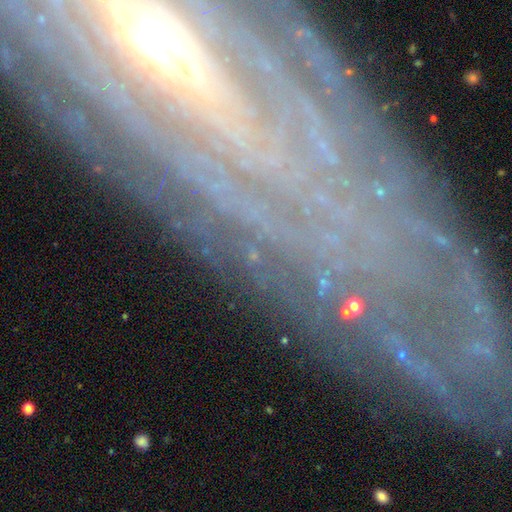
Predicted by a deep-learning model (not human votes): Smooth or featured?
  - featured or disk: 75% *
  - star or artifact: 14%
  - smooth: 11%
Edge-on disk?
  - no: 78% *
  - yes: 22%
Bar?
  - no: 48% *
  - weak: 27%
  - strong: 25%
Spiral arms?
  - yes: 79% *
  - no: 21%
Bulge size?
  - moderate: 43% *
  - small: 40%
  - large: 10%
  - none: 4%
  - dominant: 3%
Merging?
  - none: 77% *
  - minor disturbance: 14%
  - major disturbance: 7%
  - merger: 3%